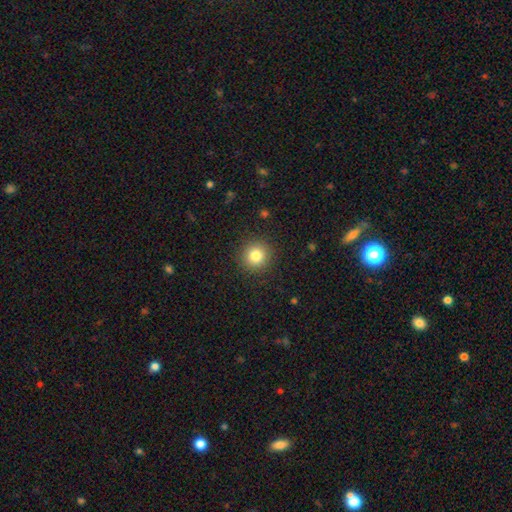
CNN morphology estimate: Smooth or featured?
  - smooth: 82% *
  - star or artifact: 11%
  - featured or disk: 7%
How rounded?
  - round: 94% *
  - in between: 5%
  - cigar-shaped: 1%
Merging?
  - none: 90% *
  - minor disturbance: 6%
  - major disturbance: 2%
  - merger: 1%